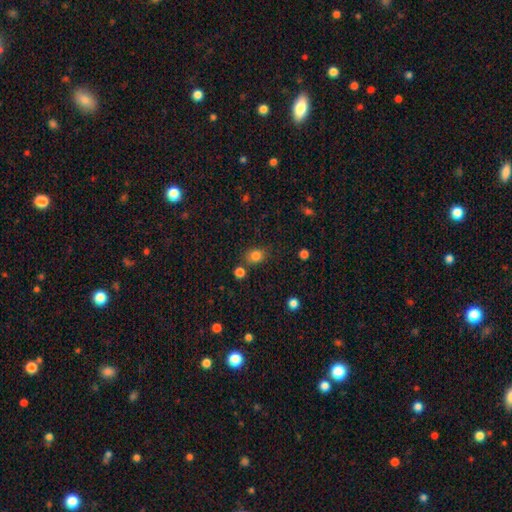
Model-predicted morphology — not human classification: Smooth or featured: smooth — 82% (star or artifact — 12%)
How rounded: round — 56% (in between — 43%)
Merging: none — 73% (minor disturbance — 14%)